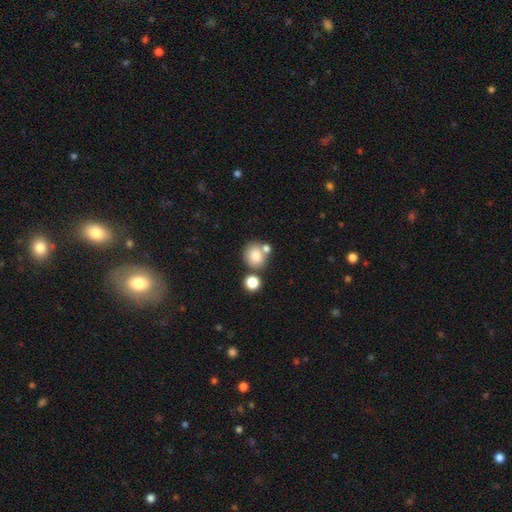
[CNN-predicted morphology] The model was most divided on "merging": none: 56%, merger: 29%, minor disturbance: 12%, major disturbance: 4%. More confident: how rounded — round (78%); smooth or featured — smooth (78%).